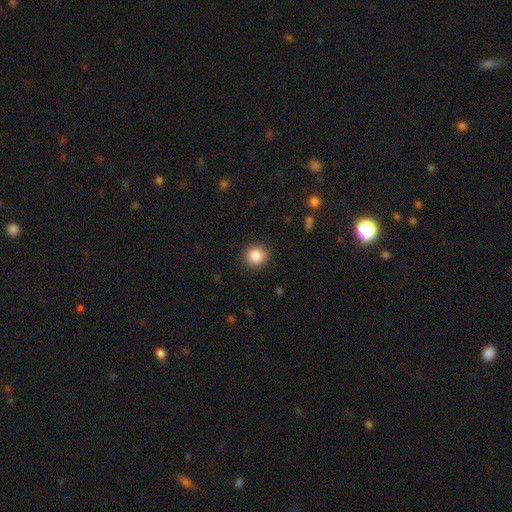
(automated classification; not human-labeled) Q: Smooth or featured?
A: smooth (86%); runner-up: star or artifact (9%)
Q: How rounded?
A: round (84%); runner-up: in between (15%)
Q: Merging?
A: none (89%); runner-up: minor disturbance (8%)